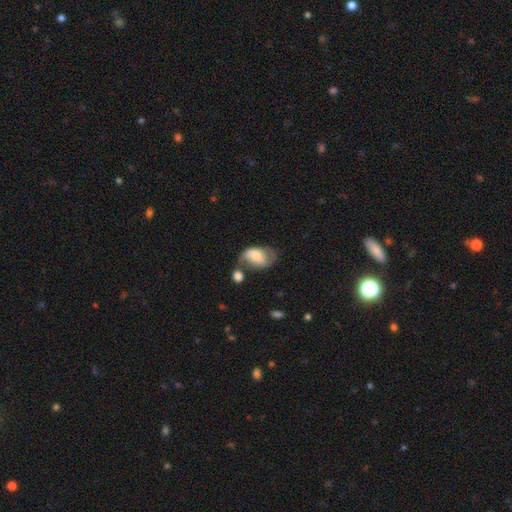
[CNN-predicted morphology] Smooth or featured? Predicted: featured or disk (p=0.47). Merging? Predicted: none (p=0.38).